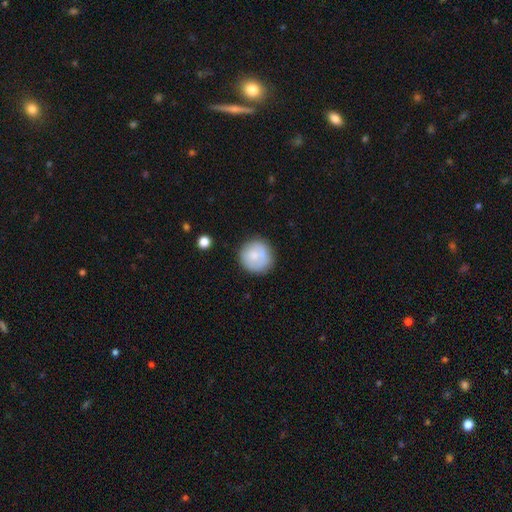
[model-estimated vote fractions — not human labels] Overall: smooth (72%). How rounded: round (94%). Merging: none (76%).